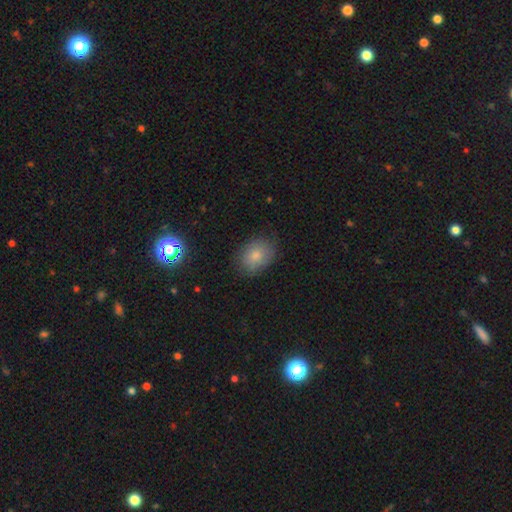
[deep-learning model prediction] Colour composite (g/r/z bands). It shows a smooth galaxy with no disk features (79%) that is in between round and cigar-shaped (68%). Merging: none (77%).